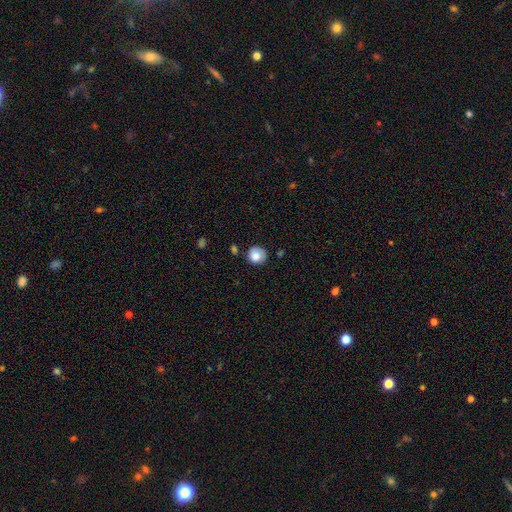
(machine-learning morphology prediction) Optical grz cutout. It shows a smooth galaxy with no disk features (84%) that is round (90%). Merging: none (76%).